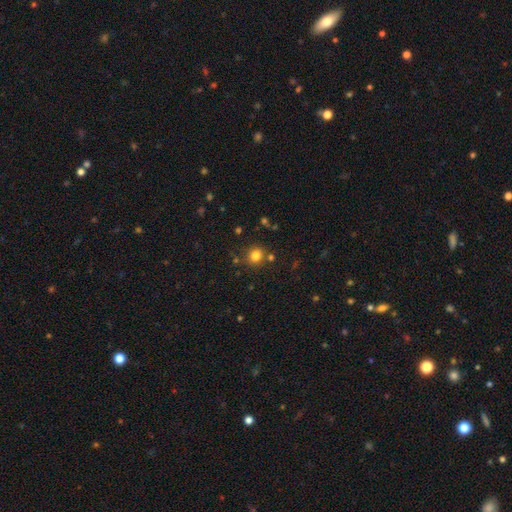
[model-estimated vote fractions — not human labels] Smooth or featured?
  - smooth: 79% *
  - star or artifact: 14%
  - featured or disk: 6%
How rounded?
  - round: 88% *
  - in between: 11%
  - cigar-shaped: 1%
Merging?
  - none: 80% *
  - minor disturbance: 9%
  - merger: 8%
  - major disturbance: 3%